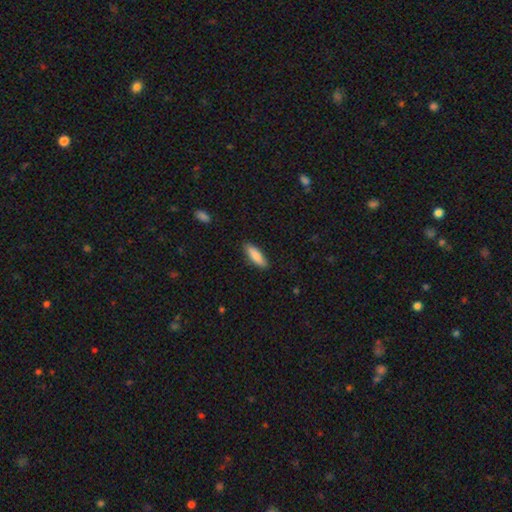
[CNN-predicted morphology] This is clearly a smooth galaxy (86%). How rounded: possibly cigar-shaped (53%). Merging: clearly none (87%).